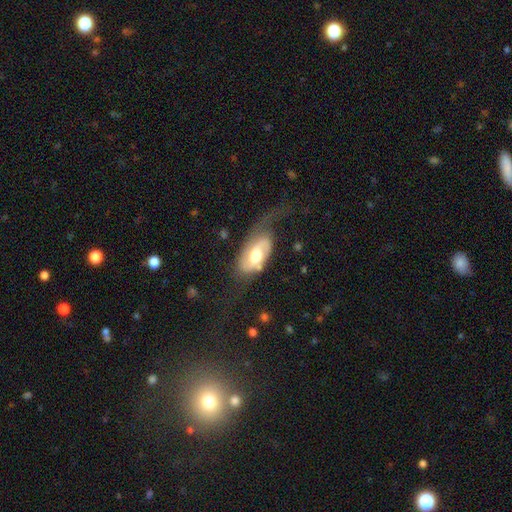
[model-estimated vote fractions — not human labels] Smooth or featured: featured or disk — 65% (smooth — 29%)
Edge-on disk: no — 92% (yes — 8%)
Bar: no — 50% (weak — 36%)
Spiral arms: yes — 83% (no — 17%)
Bulge size: moderate — 64% (large — 23%)
Merging: major disturbance — 37% (none — 35%)